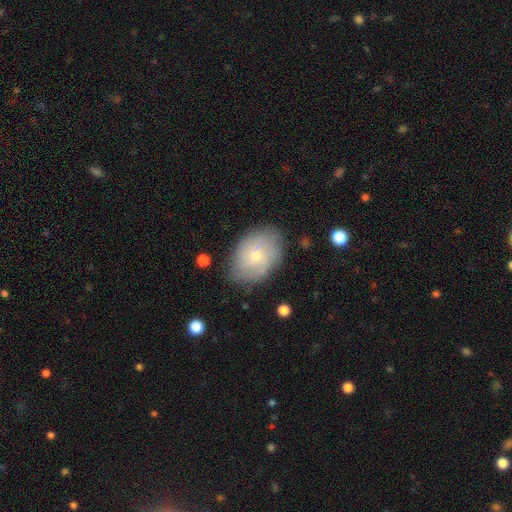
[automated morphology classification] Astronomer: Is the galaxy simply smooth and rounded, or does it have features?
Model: smooth — 48% (runner-up: featured or disk, 44%).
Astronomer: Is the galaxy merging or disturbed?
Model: none — 77%.